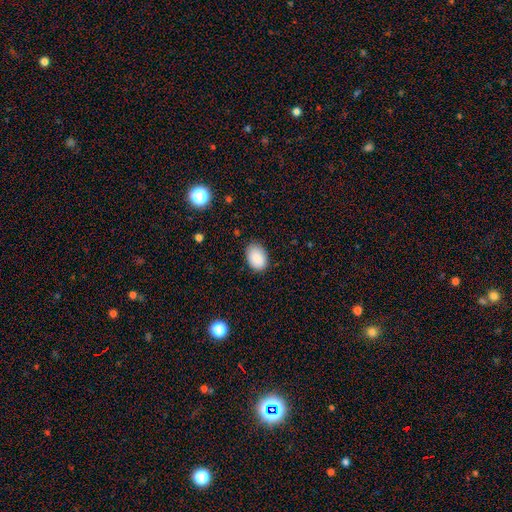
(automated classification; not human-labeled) Smooth or featured: smooth — 88% (star or artifact — 7%)
How rounded: in between — 87% (round — 12%)
Merging: none — 83% (minor disturbance — 13%)